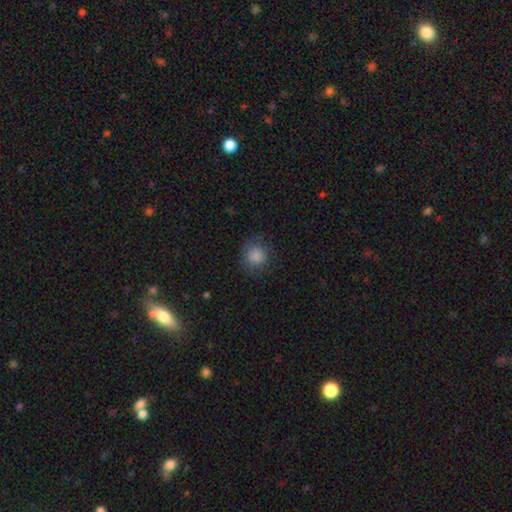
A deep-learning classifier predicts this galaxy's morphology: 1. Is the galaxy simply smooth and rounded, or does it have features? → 85% smooth, 9% star or artifact, 6% featured or disk.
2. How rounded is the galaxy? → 89% round, 10% in between, 1% cigar-shaped.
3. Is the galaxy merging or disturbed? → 80% none, 13% minor disturbance, 6% major disturbance, 1% merger.